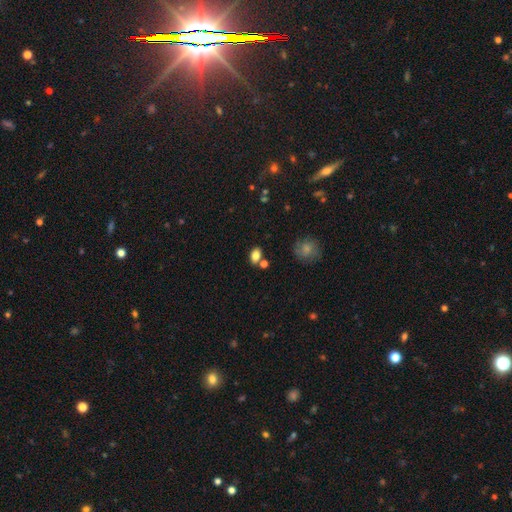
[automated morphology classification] The model was most divided on "merging": none: 67%, merger: 16%, minor disturbance: 13%, major disturbance: 4%. More confident: smooth or featured — smooth (81%); how rounded — in between (79%).